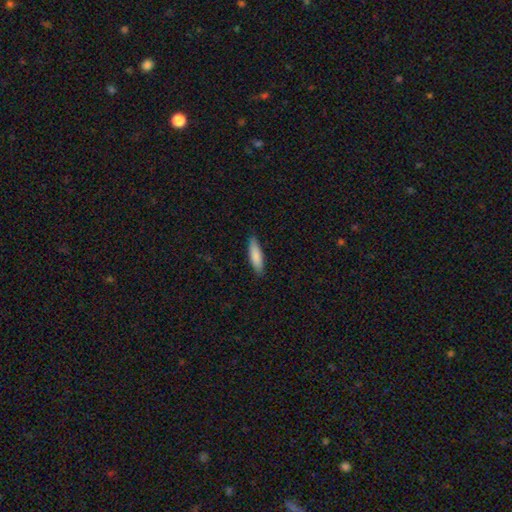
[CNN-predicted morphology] smooth-or-featured: smooth: 83% | featured or disk: 11% | star or artifact: 6%
  how-rounded: cigar-shaped: 61% | in between: 37% | round: 1%
  merging: none: 84% | minor disturbance: 13% | major disturbance: 2% | merger: 1%